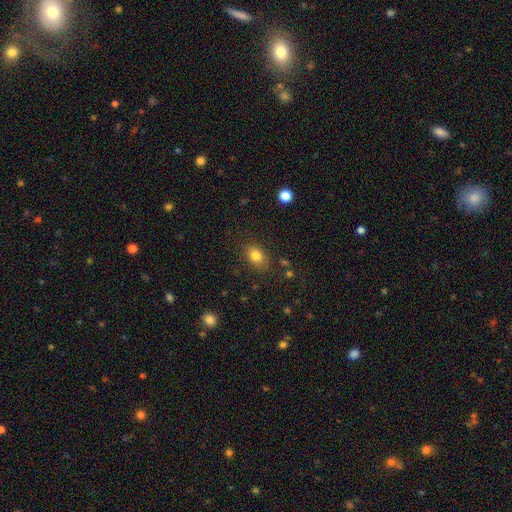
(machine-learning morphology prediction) smooth_or_featured: smooth (p=0.82) [alt: star or artifact p=0.11]
how_rounded: in between (p=0.67) [alt: round p=0.32]
merging: none (p=0.80) [alt: minor disturbance p=0.14]